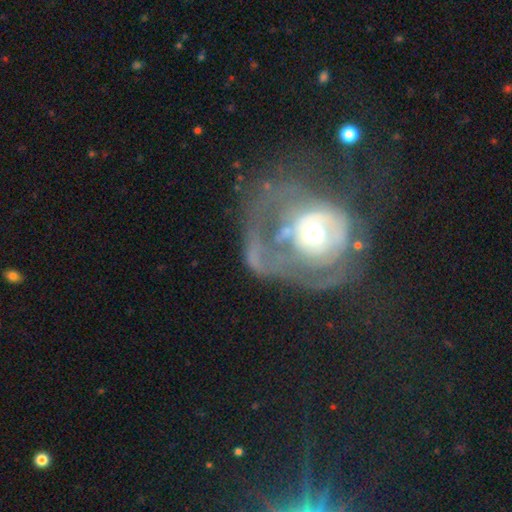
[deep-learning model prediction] smooth-or-featured: featured or disk: 67% | smooth: 25% | star or artifact: 9%
  disk-edge-on: no: 96% | yes: 4%
    bar: no: 79% | weak: 15% | strong: 6%
    has-spiral-arms: no: 50% (tied) | yes: 50% (tied)
    bulge-size: moderate: 64% | small: 23% | large: 9% | none: 2% | dominant: 2%
  merging: major disturbance: 46% | none: 21% | merger: 20% | minor disturbance: 13%